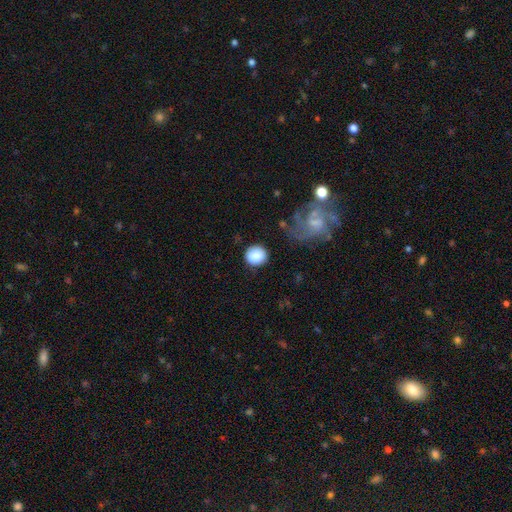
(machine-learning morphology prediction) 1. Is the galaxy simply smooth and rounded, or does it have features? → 86% smooth, 7% star or artifact, 7% featured or disk.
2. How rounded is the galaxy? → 88% round, 11% in between, 1% cigar-shaped.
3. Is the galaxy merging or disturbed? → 79% none, 12% minor disturbance, 5% major disturbance, 3% merger.